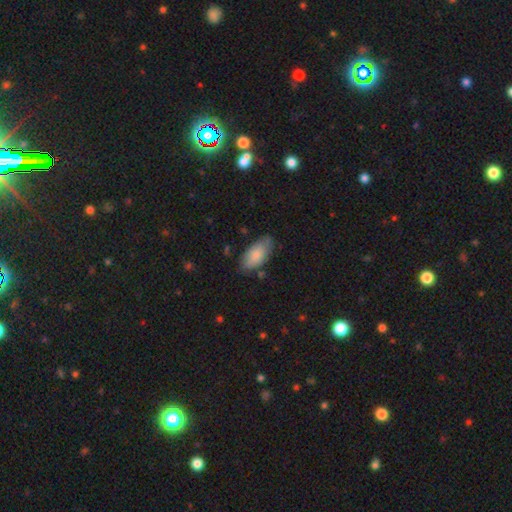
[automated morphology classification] smooth_or_featured: smooth (p=0.77) [alt: featured or disk p=0.17]
how_rounded: in between (p=0.91) [alt: cigar-shaped p=0.06]
merging: none (p=0.69) [alt: minor disturbance p=0.24]